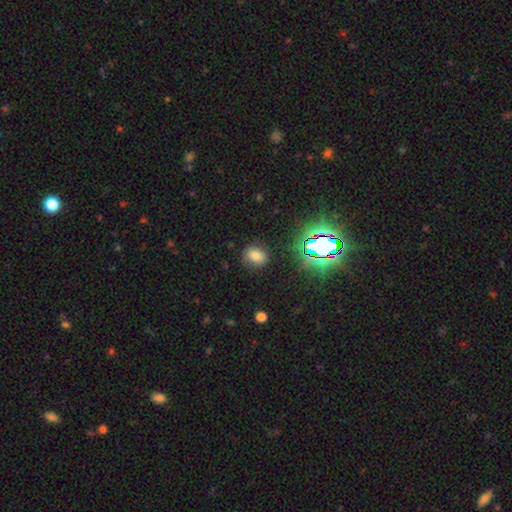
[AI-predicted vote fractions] This appears to be a smooth galaxy with no disk features (70%) that is round (53%). Merging: none (81%).